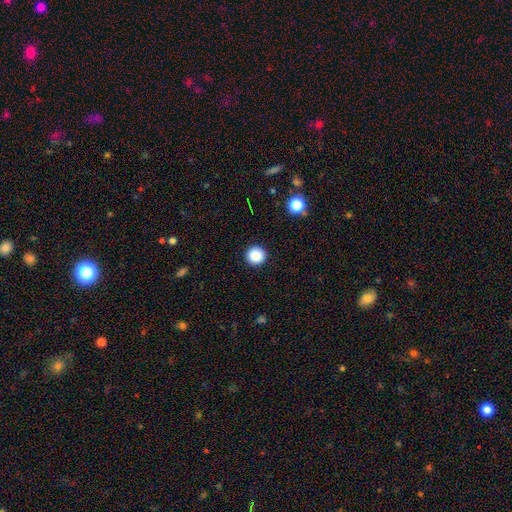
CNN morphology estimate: Smooth or featured?
  - smooth: 86% *
  - star or artifact: 10%
  - featured or disk: 4%
How rounded?
  - round: 96% *
  - in between: 3%
  - cigar-shaped: 1%
Merging?
  - none: 93% *
  - minor disturbance: 4%
  - major disturbance: 2%
  - merger: 1%